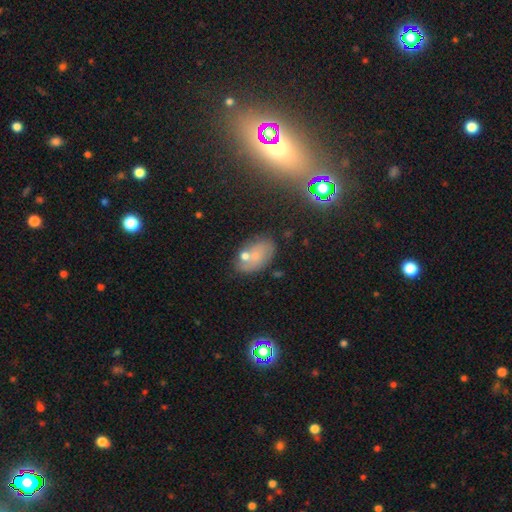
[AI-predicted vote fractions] This appears to be a smooth galaxy with no disk features (52%) that is in between round and cigar-shaped (89%). Merging: none (59%).